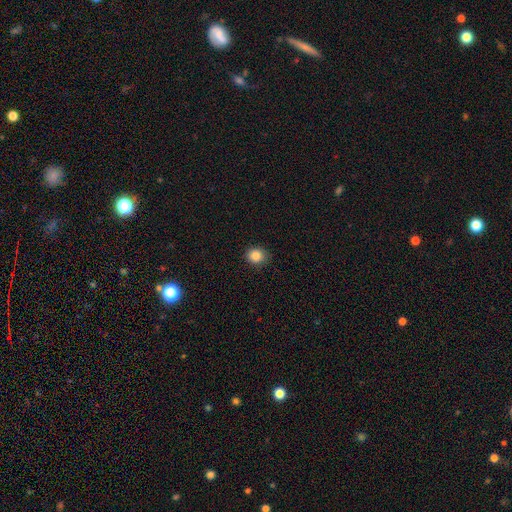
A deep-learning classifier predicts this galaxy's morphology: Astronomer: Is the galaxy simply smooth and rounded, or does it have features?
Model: smooth — 85%.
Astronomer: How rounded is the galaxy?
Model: round — 76%.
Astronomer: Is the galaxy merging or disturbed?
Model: none — 89%.